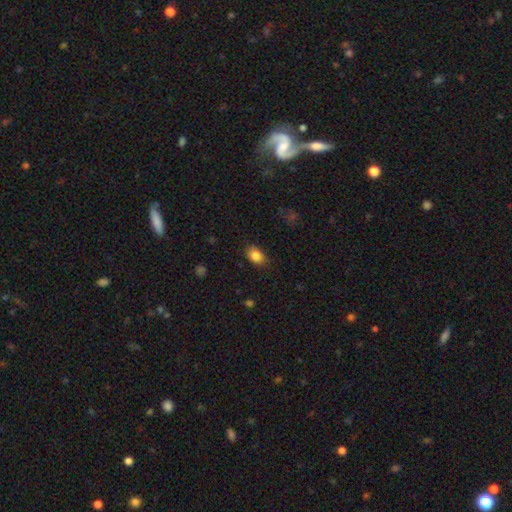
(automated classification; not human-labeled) This appears to be a smooth galaxy with no disk features (85%) that is in between round and cigar-shaped (81%). Merging: none (81%).